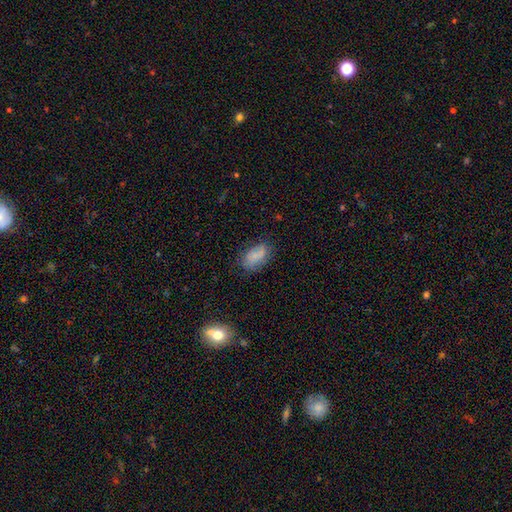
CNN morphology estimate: Smooth or featured? Predicted: smooth (p=0.76). How rounded? Predicted: in between (p=0.91). Merging? Predicted: none (p=0.65).